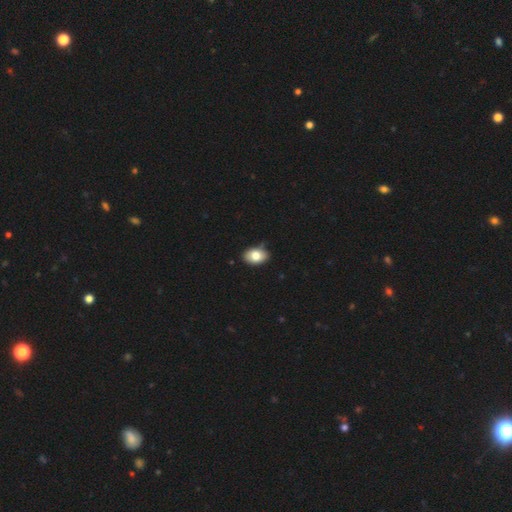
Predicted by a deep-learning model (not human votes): Q: Smooth or featured?
A: smooth (81%); runner-up: featured or disk (11%)
Q: How rounded?
A: in between (84%); runner-up: round (15%)
Q: Merging?
A: none (78%); runner-up: minor disturbance (18%)